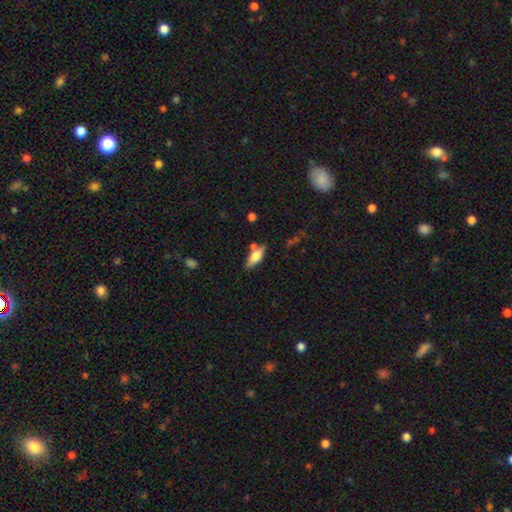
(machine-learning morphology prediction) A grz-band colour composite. It shows a smooth galaxy with no disk features (64%) that is in between round and cigar-shaped (69%). Merging: none (67%).